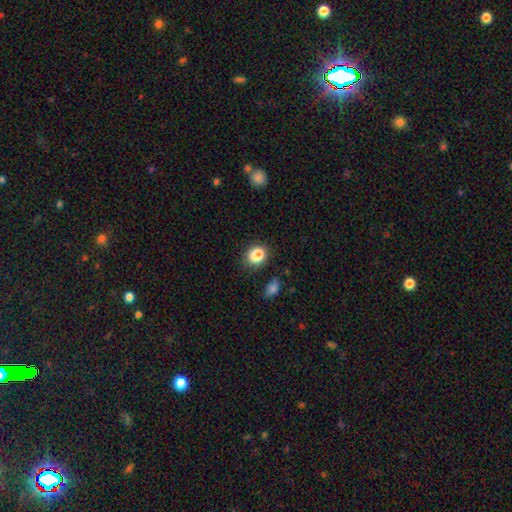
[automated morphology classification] The model was most divided on "how rounded": round: 59%, in between: 40%, cigar-shaped: 1%. More confident: smooth or featured — smooth (84%); merging — none (76%).